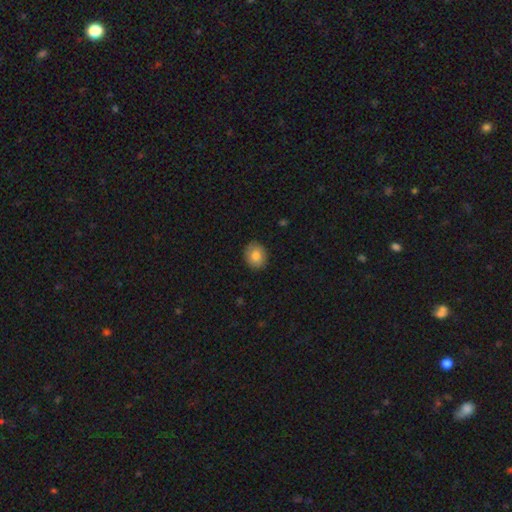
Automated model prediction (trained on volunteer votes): Smooth or featured? smooth (81%)
How rounded? round (68%)
Merging? none (87%)